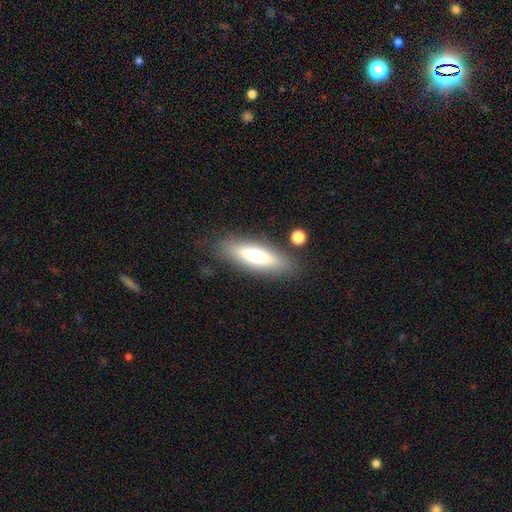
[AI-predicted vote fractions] The model was most divided on "how rounded": cigar-shaped: 57%, in between: 41%, round: 2%. More confident: merging — none (82%); smooth or featured — smooth (60%).